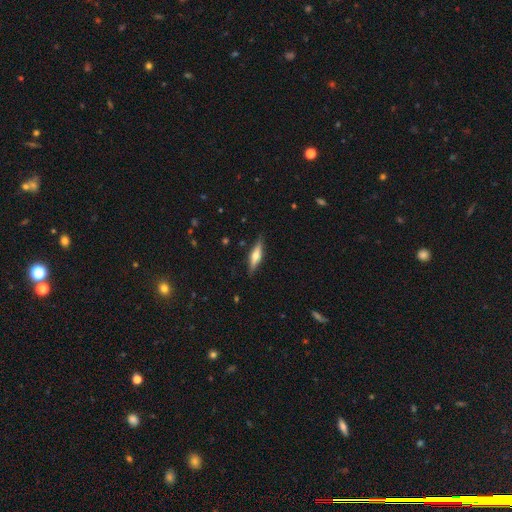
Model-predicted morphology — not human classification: featured or disk 55%, smooth 39%, star or artifact 6%. Down the decision tree: edge-on disk — yes (94%); edge-on bulge — rounded (89%); merging — none (86%).